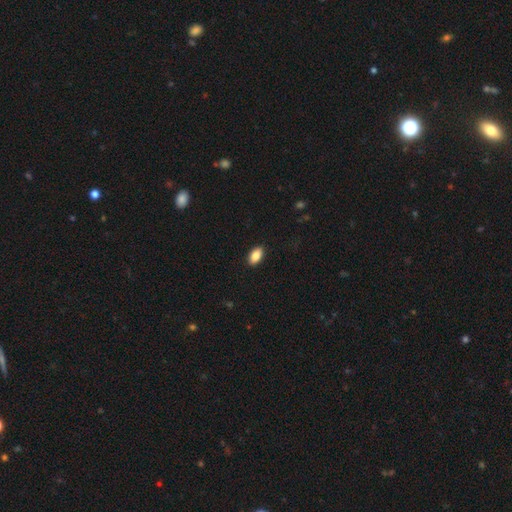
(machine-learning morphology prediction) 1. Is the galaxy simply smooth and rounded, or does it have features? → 87% smooth, 7% star or artifact, 6% featured or disk.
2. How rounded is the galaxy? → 93% in between, 4% round, 3% cigar-shaped.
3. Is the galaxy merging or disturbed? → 90% none, 7% minor disturbance, 2% major disturbance, 1% merger.